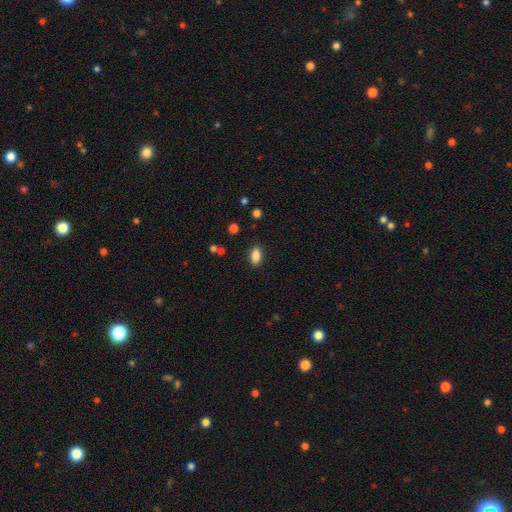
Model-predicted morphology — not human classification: The model was most divided on "smooth or featured": smooth: 86%, star or artifact: 8%, featured or disk: 6%. More confident: how rounded — in between (89%); merging — none (87%).